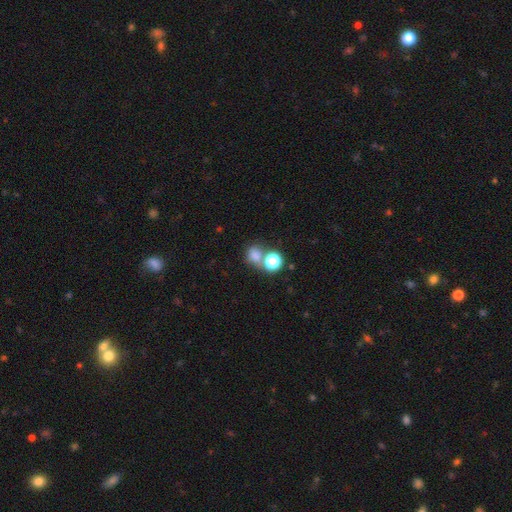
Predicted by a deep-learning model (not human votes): Smooth or featured?
  - smooth: 72% *
  - star or artifact: 20%
  - featured or disk: 8%
How rounded?
  - round: 68% *
  - in between: 31%
  - cigar-shaped: 1%
Merging?
  - none: 49% *
  - merger: 36%
  - minor disturbance: 10%
  - major disturbance: 6%